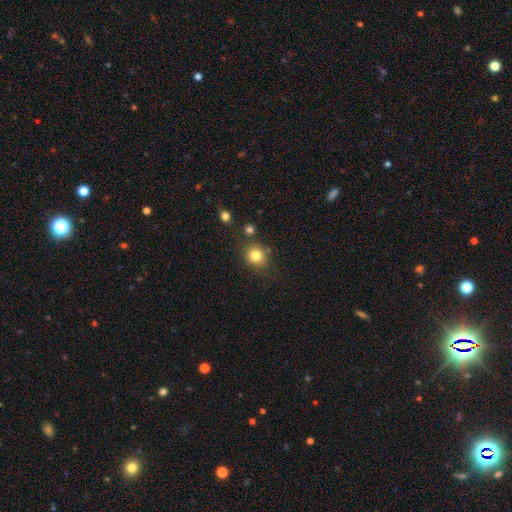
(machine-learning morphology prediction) Overall: smooth (81%). How rounded: round (79%). Merging: none (78%).